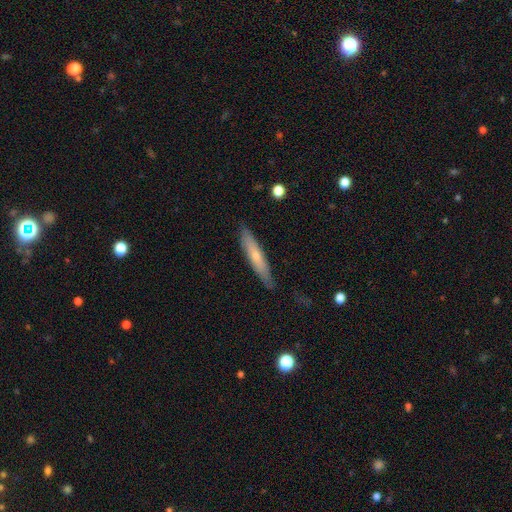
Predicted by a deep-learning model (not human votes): Smooth or featured?
  - smooth: 55% *
  - featured or disk: 39%
  - star or artifact: 6%
How rounded?
  - cigar-shaped: 90% *
  - in between: 9%
  - round: 1%
Merging?
  - none: 83% *
  - minor disturbance: 13%
  - major disturbance: 2%
  - merger: 1%